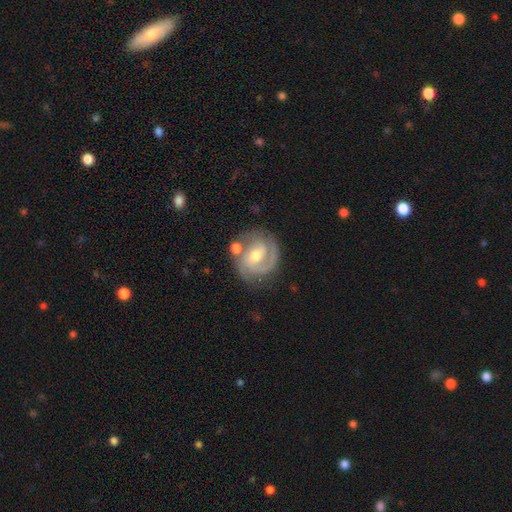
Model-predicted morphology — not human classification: Overall: featured or disk (86%). Edge-on disk: no (98%). Bar: weak (45%; no 42%). Spiral arms: yes (96%). Spiral arm count: 2 (60%). Spiral winding: tight (54%; medium 38%). Bulge size: moderate (61%; small 34%). Merging: none (68%).